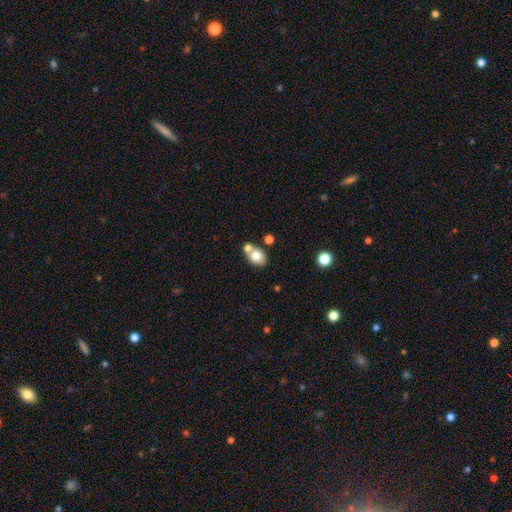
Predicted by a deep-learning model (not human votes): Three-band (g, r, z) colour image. It shows a smooth galaxy with no disk features (76%) that is in between round and cigar-shaped (53%). Merging: none (52%).